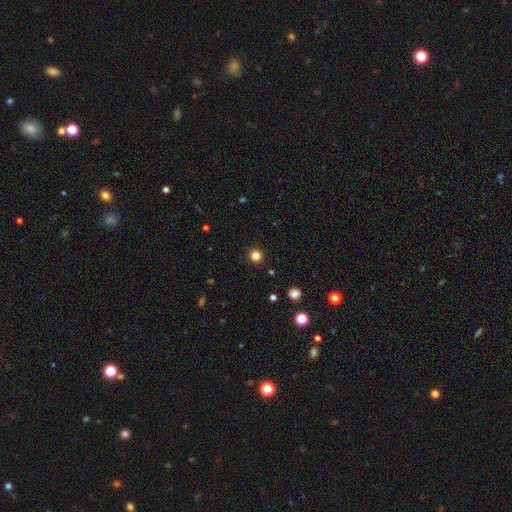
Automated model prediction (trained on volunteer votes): Smooth or featured? Predicted: smooth (p=0.82). How rounded? Predicted: round (p=0.92). Merging? Predicted: none (p=0.92).